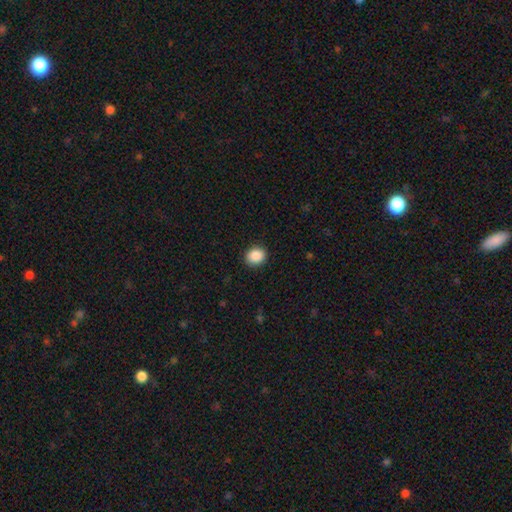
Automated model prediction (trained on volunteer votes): This is clearly a smooth galaxy (89%). How rounded: likely round (67%). Merging: clearly none (90%).